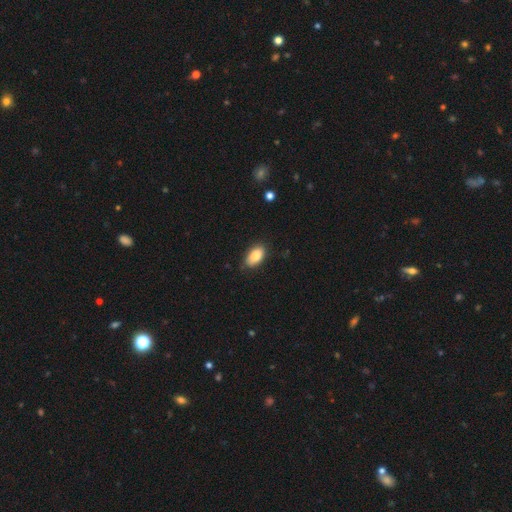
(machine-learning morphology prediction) A smooth galaxy with no disk features (86%) that is in between round and cigar-shaped (93%). Merging: none (78%).